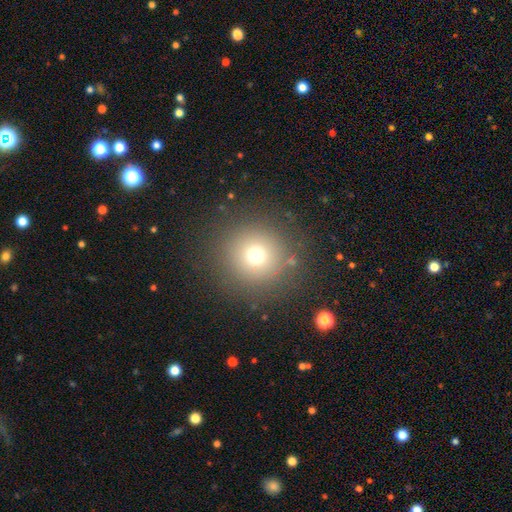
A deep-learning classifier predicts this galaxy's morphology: Smooth or featured? Predicted: smooth (p=0.70). How rounded? Predicted: round (p=0.95). Merging? Predicted: none (p=0.86).